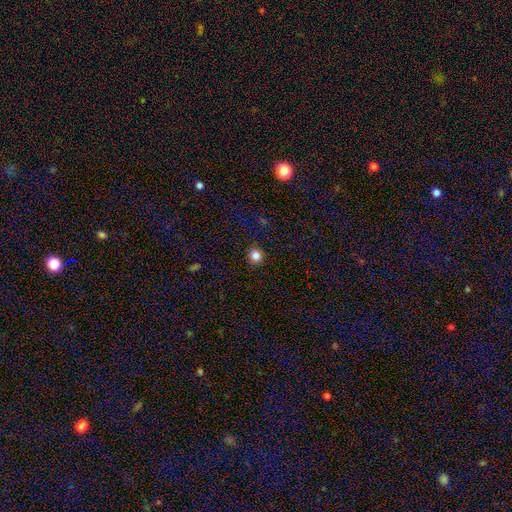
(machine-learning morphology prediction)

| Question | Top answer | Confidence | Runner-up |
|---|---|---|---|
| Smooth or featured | smooth | 83% | star or artifact (12%) |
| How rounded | round | 84% | in between (15%) |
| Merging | none | 90% | minor disturbance (7%) |